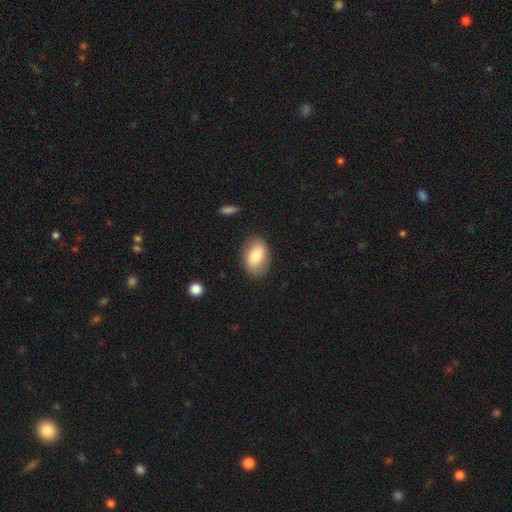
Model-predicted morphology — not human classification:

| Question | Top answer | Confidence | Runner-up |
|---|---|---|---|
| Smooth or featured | smooth | 76% | featured or disk (18%) |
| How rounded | in between | 86% | round (13%) |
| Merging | none | 82% | minor disturbance (13%) |